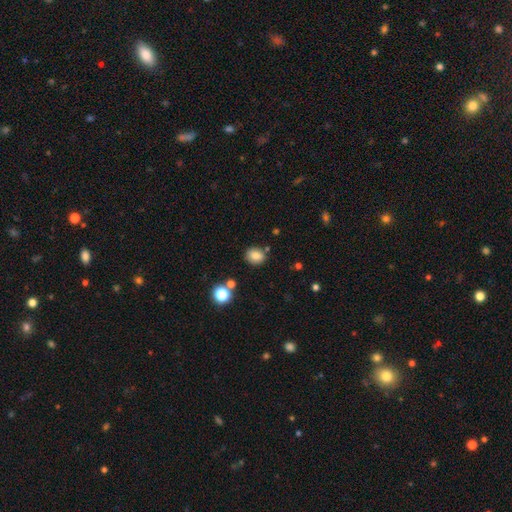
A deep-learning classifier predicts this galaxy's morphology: A smooth galaxy with no disk features (82%) that is round (57%).

Vote fractions:
- Smooth or featured? smooth: 82% / star or artifact: 12% / featured or disk: 6%
- How rounded? round: 57% / in between: 42% / cigar-shaped: 1%
- Merging? none: 82% / minor disturbance: 11% / merger: 5% / major disturbance: 3%